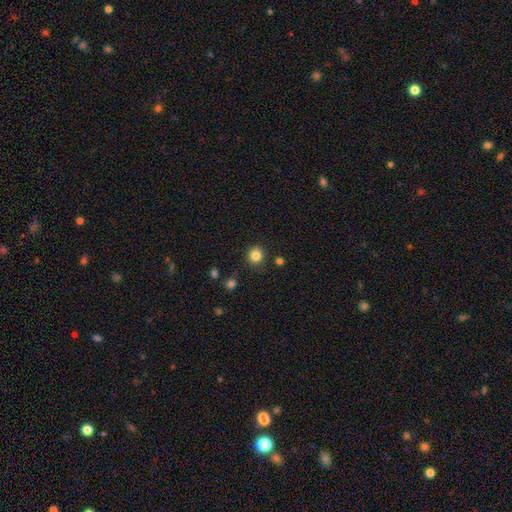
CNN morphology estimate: The model was most divided on "smooth or featured": smooth: 84%, star or artifact: 11%, featured or disk: 4%. More confident: how rounded — round (92%); merging — none (89%).